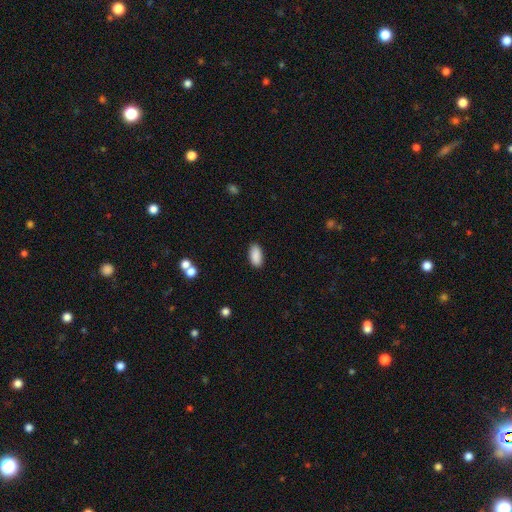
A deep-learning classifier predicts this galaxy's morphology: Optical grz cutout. It shows a smooth galaxy with no disk features (90%) that is in between round and cigar-shaped (92%). Merging: none (88%).